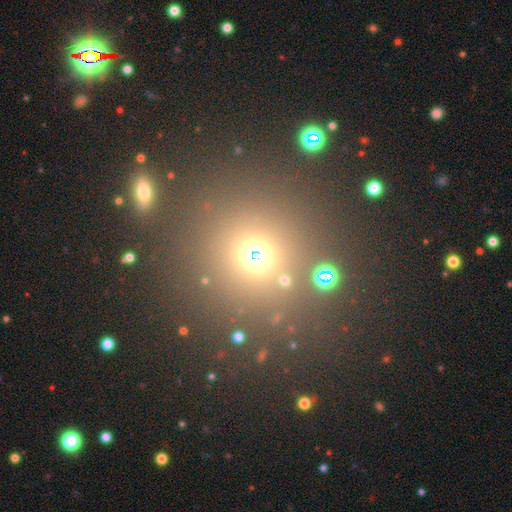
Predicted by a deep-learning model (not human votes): A smooth galaxy with no disk features (53%) that is round (89%).

Vote fractions:
- Smooth or featured? smooth: 53% / star or artifact: 38% / featured or disk: 9%
- How rounded? round: 89% / in between: 10% / cigar-shaped: 1%
- Merging? none: 78% / merger: 9% / minor disturbance: 8% / major disturbance: 5%